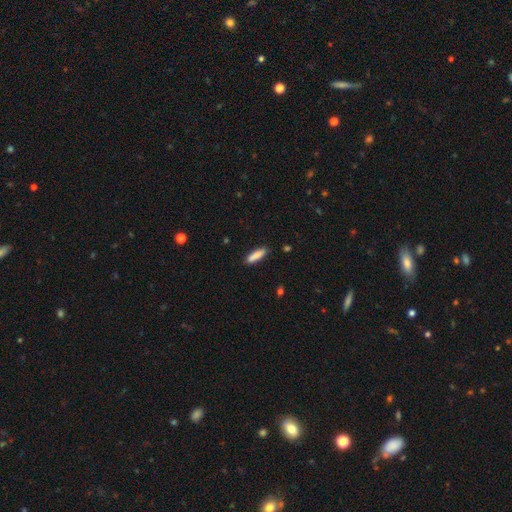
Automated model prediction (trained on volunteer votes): smooth-or-featured: smooth: 86% | featured or disk: 8% | star or artifact: 6%
  how-rounded: cigar-shaped: 68% | in between: 31% | round: 1%
  merging: none: 88% | minor disturbance: 9% | major disturbance: 2% | merger: 1%